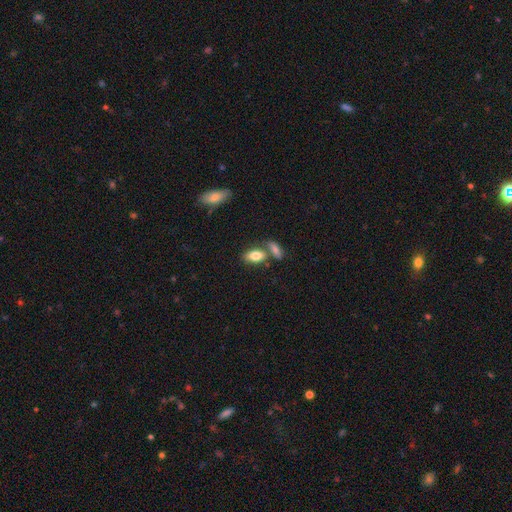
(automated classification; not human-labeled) smooth_or_featured: smooth (p=0.80) [alt: featured or disk p=0.13]
how_rounded: in between (p=0.88) [alt: cigar-shaped p=0.07]
merging: none (p=0.55) [alt: merger p=0.30]